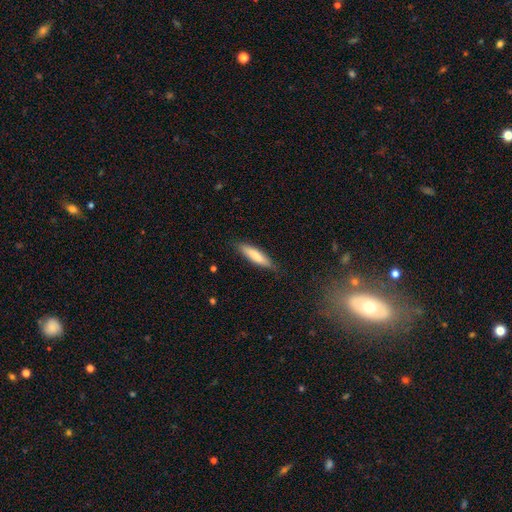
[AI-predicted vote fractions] Smooth or featured? Predicted: smooth (p=0.77). How rounded? Predicted: cigar-shaped (p=0.79). Merging? Predicted: none (p=0.83).